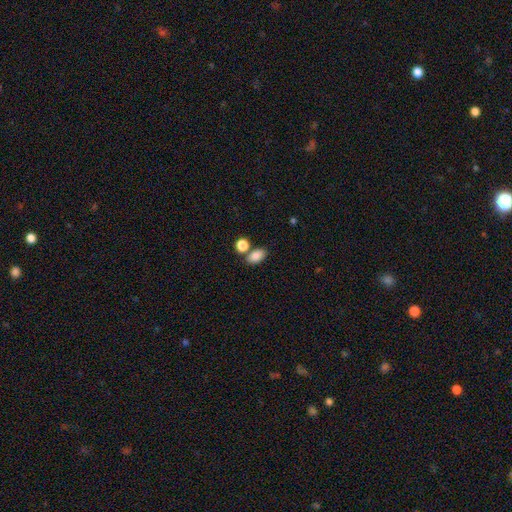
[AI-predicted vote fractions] The model was most divided on "merging": none: 63%, merger: 22%, minor disturbance: 11%, major disturbance: 4%. More confident: how rounded — in between (86%); smooth or featured — smooth (86%).